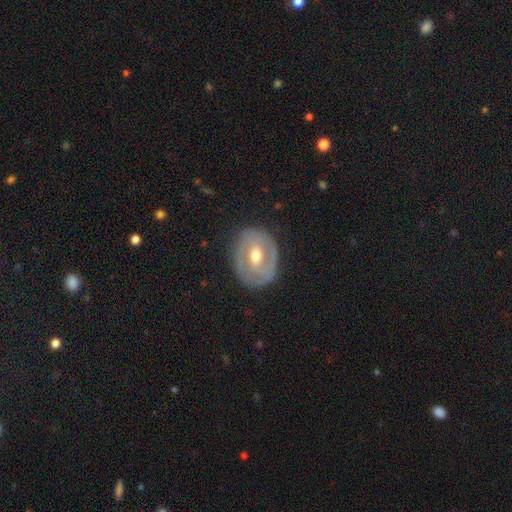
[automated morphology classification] This appears to be a featured or disk galaxy (71%) with a weak bar (46%), spiral arms (59%) and a moderate central bulge (75%). Merging: none (77%).